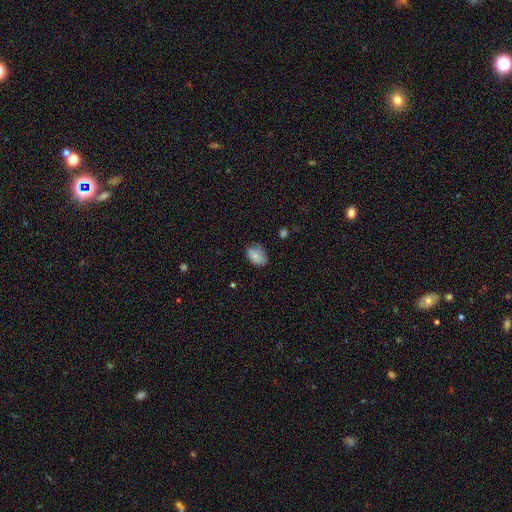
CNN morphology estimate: Overall: smooth (83%). How rounded: in between (85%). Merging: none (61%; minor disturbance 31%).